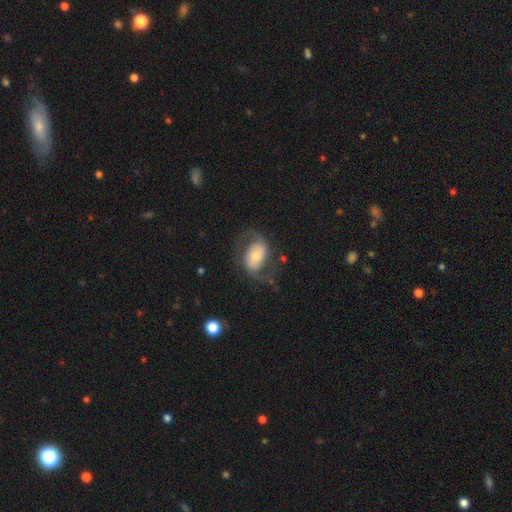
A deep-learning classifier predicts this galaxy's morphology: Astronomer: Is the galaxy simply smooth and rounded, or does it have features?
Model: featured or disk — 69%.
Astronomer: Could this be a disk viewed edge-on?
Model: no — 96%.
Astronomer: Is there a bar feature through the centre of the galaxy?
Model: no — 47% (runner-up: weak, 32%).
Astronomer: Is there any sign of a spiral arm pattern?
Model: yes — 88%.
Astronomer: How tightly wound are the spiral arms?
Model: loose — 44% (runner-up: medium, 43%).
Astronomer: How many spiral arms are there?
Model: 2 — 89%.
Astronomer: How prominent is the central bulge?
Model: moderate — 49% (runner-up: small, 33%).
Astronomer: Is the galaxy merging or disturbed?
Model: none — 64%.